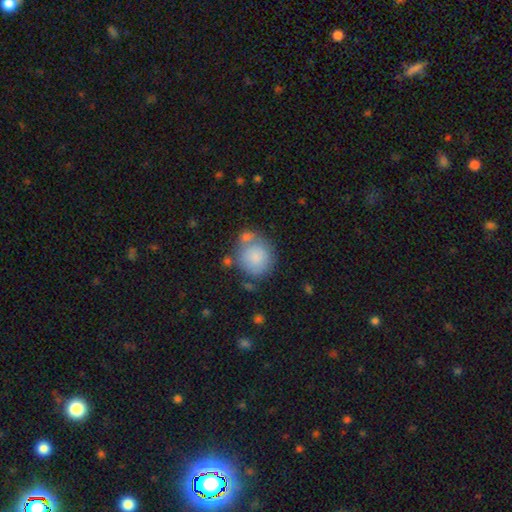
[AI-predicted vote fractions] This appears to be a smooth galaxy with no disk features (81%) that is round (87%). Merging: none (57%).